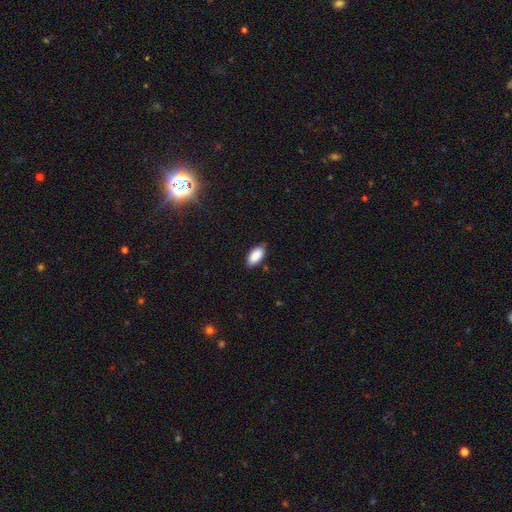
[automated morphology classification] Smooth or featured: smooth — 89% (star or artifact — 6%)
How rounded: in between — 91% (cigar-shaped — 7%)
Merging: none — 82% (minor disturbance — 15%)